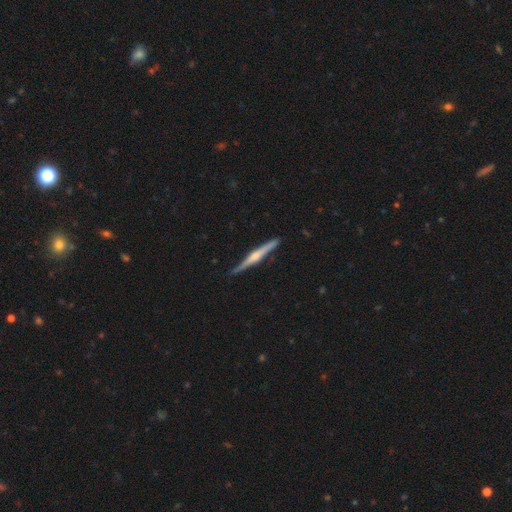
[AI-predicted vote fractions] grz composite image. It shows a featured or disk galaxy (74%) viewed edge-on (98%) with a rounded central bulge (80%). Merging: none (89%).